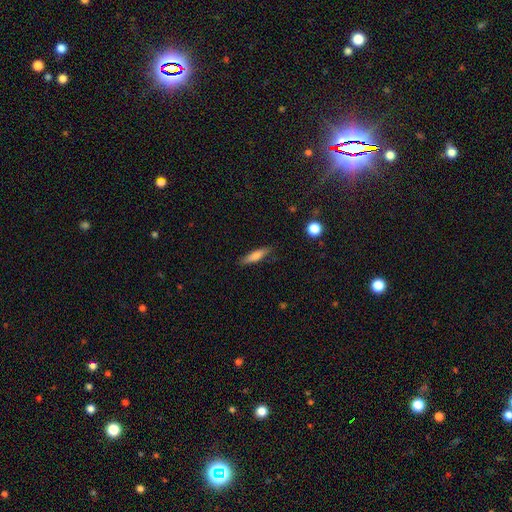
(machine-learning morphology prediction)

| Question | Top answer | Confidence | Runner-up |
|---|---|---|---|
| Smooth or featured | smooth | 67% | featured or disk (26%) |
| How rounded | cigar-shaped | 77% | in between (20%) |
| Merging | none | 85% | minor disturbance (12%) |